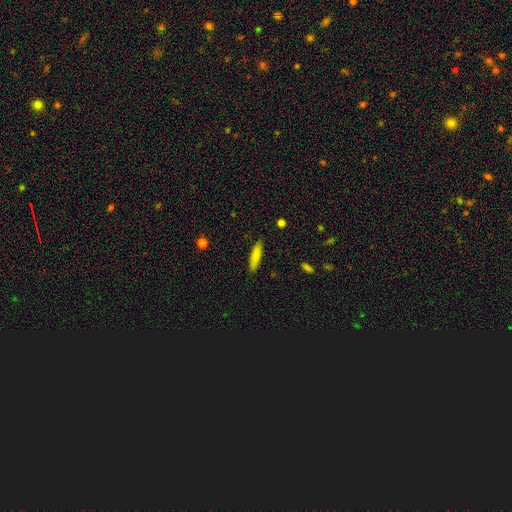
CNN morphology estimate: Overall: smooth (80%). How rounded: cigar-shaped (80%). Merging: none (89%).